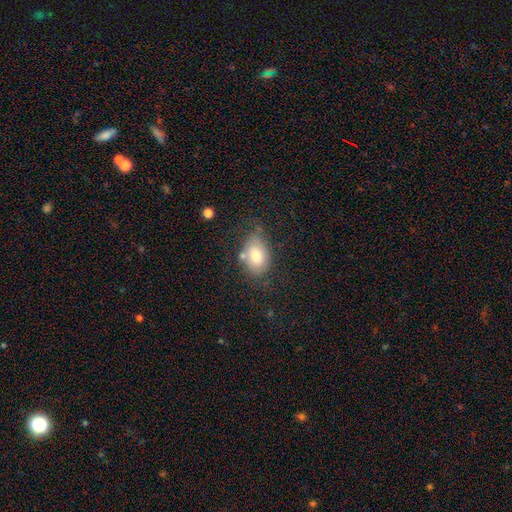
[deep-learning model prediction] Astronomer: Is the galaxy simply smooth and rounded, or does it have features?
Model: smooth — 74%.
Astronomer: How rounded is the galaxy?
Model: in between — 83%.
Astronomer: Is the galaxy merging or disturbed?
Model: none — 61%.